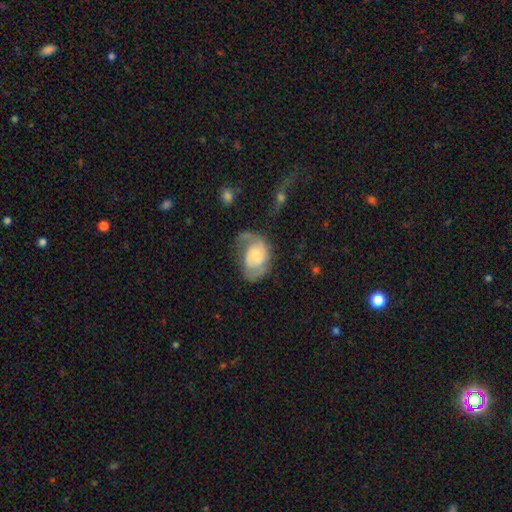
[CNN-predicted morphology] Overall: featured or disk (65%; smooth 29%). Edge-on disk: no (97%). Bar: no (72%). Spiral arms: yes (84%). Spiral arm count: 2 (55%; 1 25%). Spiral winding: medium (41%; tight 31%). Bulge size: small (52%; moderate 35%). Merging: none (38%; major disturbance 31%).